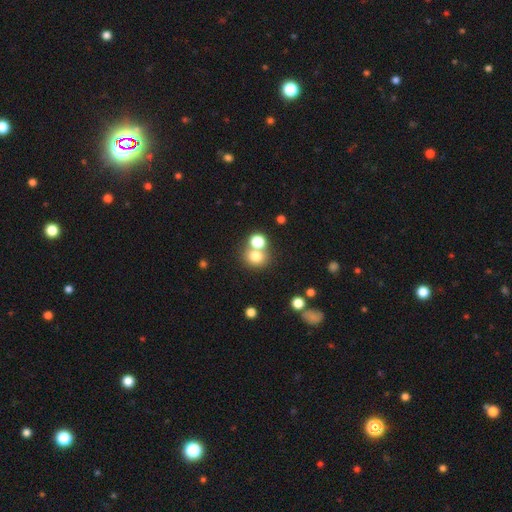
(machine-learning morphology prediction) This appears to be a smooth galaxy with no disk features (75%) that is round (77%). Merging: none (52%).